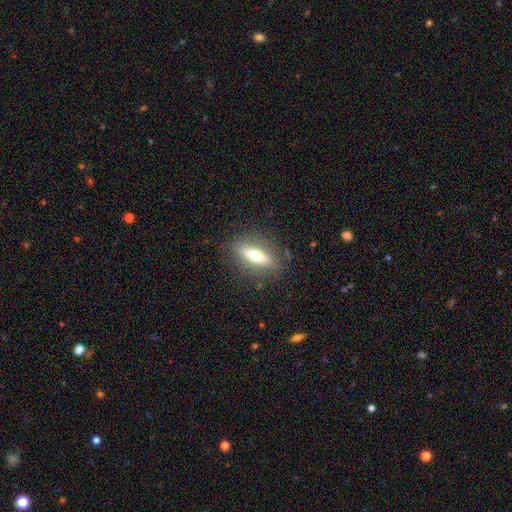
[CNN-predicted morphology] smooth_or_featured: smooth (p=0.56) [alt: featured or disk p=0.37]
how_rounded: in between (p=0.49) [alt: cigar-shaped p=0.47]
merging: none (p=0.85) [alt: minor disturbance p=0.10]